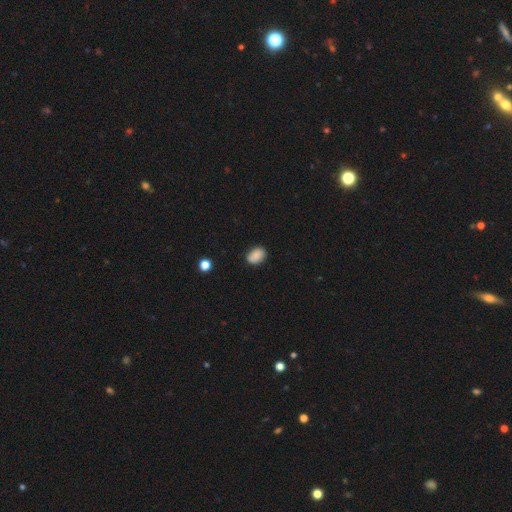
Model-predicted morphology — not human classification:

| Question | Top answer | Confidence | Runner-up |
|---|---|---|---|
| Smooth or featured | smooth | 88% | star or artifact (9%) |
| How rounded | in between | 80% | round (19%) |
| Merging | none | 83% | minor disturbance (13%) |